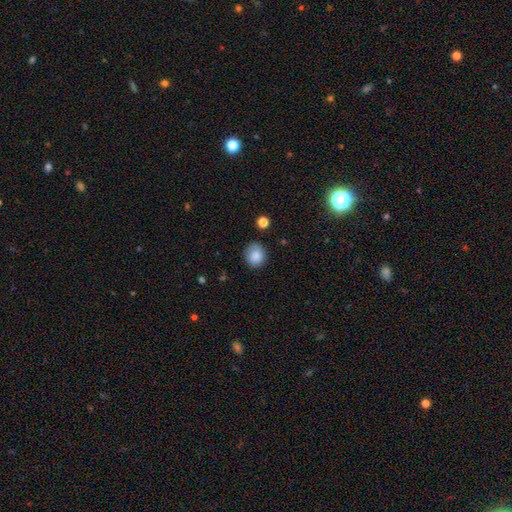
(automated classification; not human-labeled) Q: Smooth or featured?
A: smooth (86%); runner-up: star or artifact (9%)
Q: How rounded?
A: round (80%); runner-up: in between (20%)
Q: Merging?
A: none (78%); runner-up: minor disturbance (16%)